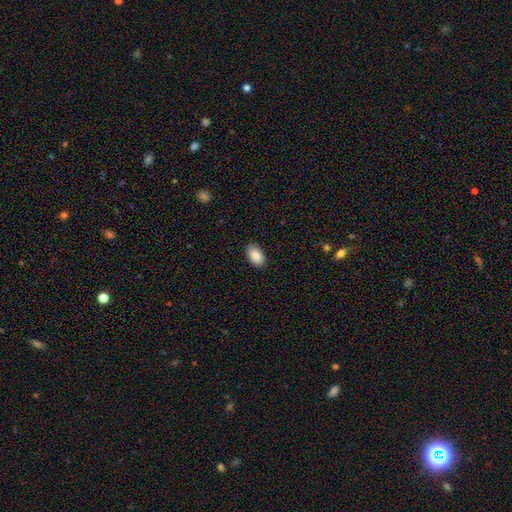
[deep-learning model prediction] Smooth or featured?
  - smooth: 88% *
  - star or artifact: 7%
  - featured or disk: 5%
How rounded?
  - in between: 94% *
  - round: 5%
  - cigar-shaped: 1%
Merging?
  - none: 87% *
  - minor disturbance: 10%
  - major disturbance: 2%
  - merger: 1%